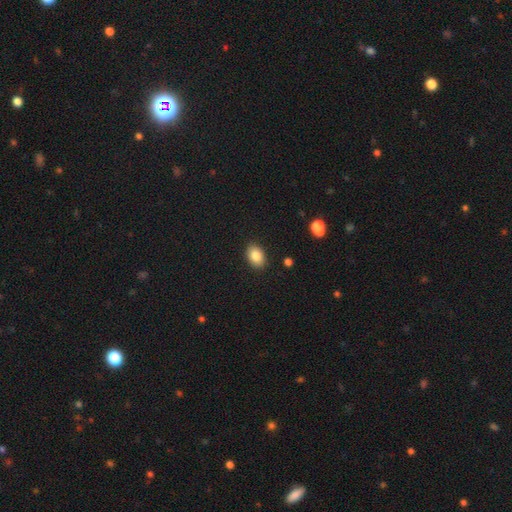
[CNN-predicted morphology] Smooth or featured?
  - smooth: 85% *
  - star or artifact: 8%
  - featured or disk: 6%
How rounded?
  - in between: 83% *
  - round: 16%
  - cigar-shaped: 1%
Merging?
  - none: 89% *
  - minor disturbance: 8%
  - major disturbance: 2%
  - merger: 1%